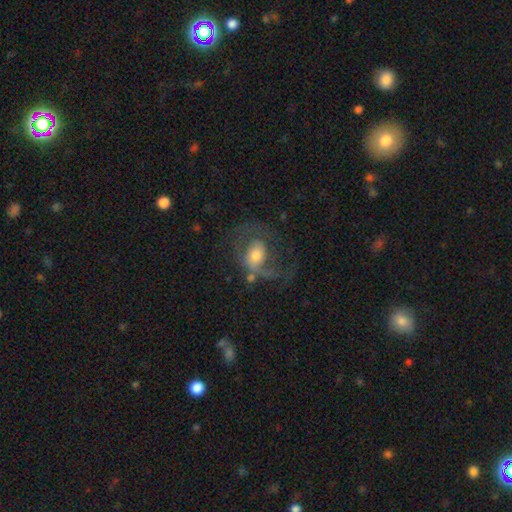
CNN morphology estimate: A featured or disk galaxy (61%) with no bar (60%), spiral arms (74%) and a moderate central bulge (60%).

Vote fractions:
- Smooth or featured? featured or disk: 61% / smooth: 31% / star or artifact: 8%
- Edge-on disk? no: 96% / yes: 4%
- Bar? no: 60% / weak: 31% / strong: 10%
- Spiral arms? yes: 74% / no: 26%
- Bulge size? moderate: 60% / small: 22% / large: 13% / none: 2% / dominant: 2%
- Merging? major disturbance: 38% / none: 37% / minor disturbance: 19% / merger: 7%